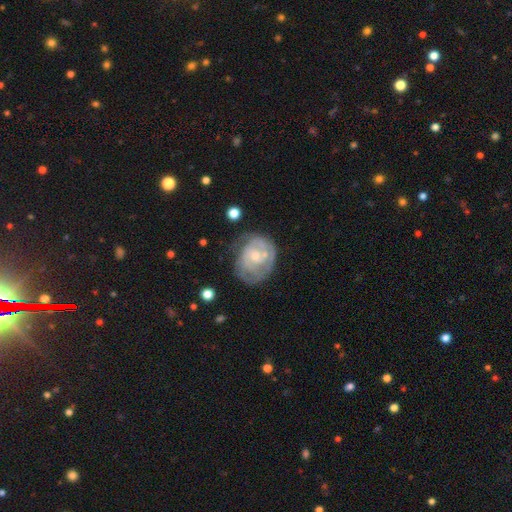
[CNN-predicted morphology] Smooth or featured? featured or disk (75%)
Edge-on disk? no (98%)
Bar? no (70%)
Spiral arms? yes (81%)
Spiral winding? tight (59%)
Spiral arm count? 2 (39%)
Bulge size? small (58%)
Merging? none (53%)